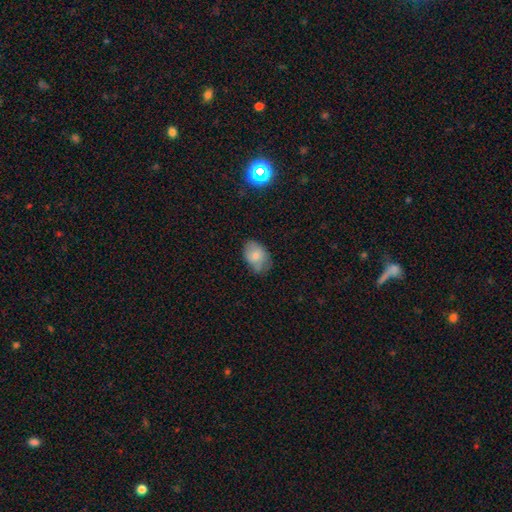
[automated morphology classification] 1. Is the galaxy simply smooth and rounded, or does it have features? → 74% smooth, 18% featured or disk, 8% star or artifact.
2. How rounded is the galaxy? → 83% in between, 15% round, 1% cigar-shaped.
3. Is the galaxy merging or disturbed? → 58% none, 33% minor disturbance, 8% major disturbance, 2% merger.